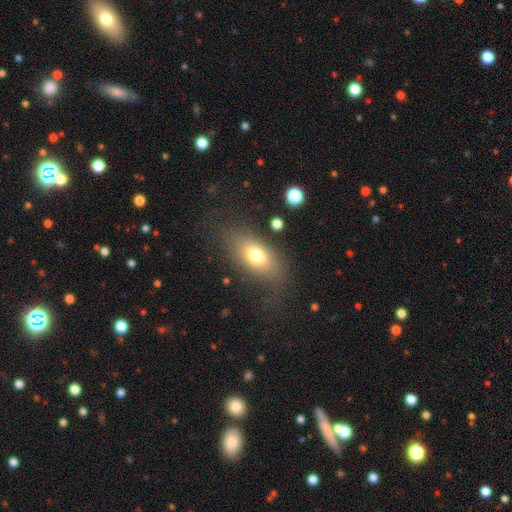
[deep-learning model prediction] This is likely a smooth galaxy (72%). How rounded: clearly in between (83%). Merging: likely none (72%).